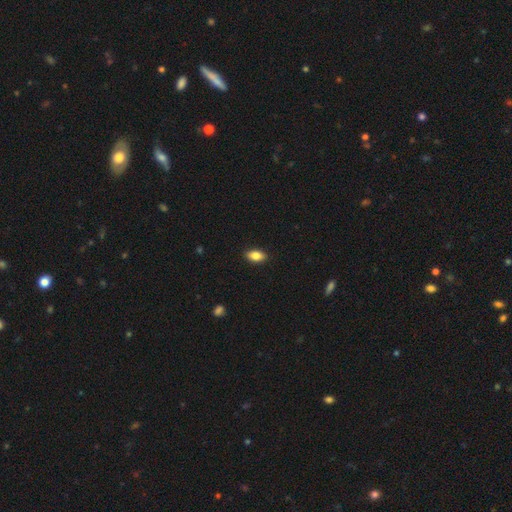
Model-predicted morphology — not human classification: A smooth galaxy with no disk features (84%) that is in between round and cigar-shaped (91%). Merging: none (90%).